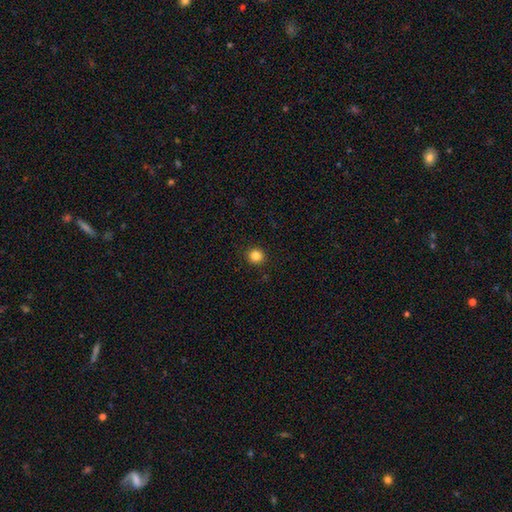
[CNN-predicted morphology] smooth-or-featured: smooth: 84% | star or artifact: 12% | featured or disk: 4%
  how-rounded: round: 93% | in between: 6% | cigar-shaped: 1%
  merging: none: 92% | minor disturbance: 5% | major disturbance: 2% | merger: 1%